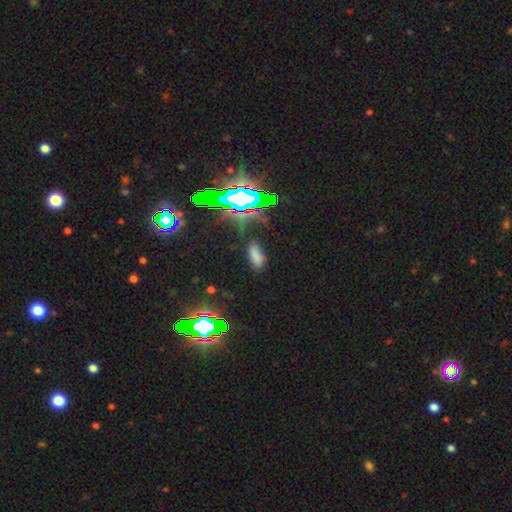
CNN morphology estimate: Smooth or featured: smooth — 64% (star or artifact — 28%)
How rounded: in between — 84% (cigar-shaped — 12%)
Merging: none — 74% (minor disturbance — 17%)